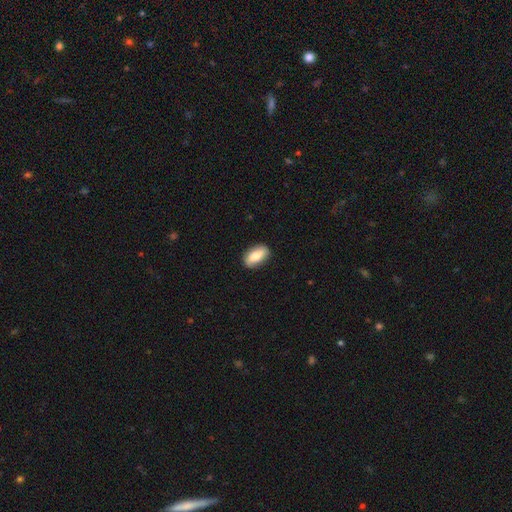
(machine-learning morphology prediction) Smooth or featured: smooth — 71% (featured or disk — 23%)
How rounded: in between — 88% (cigar-shaped — 6%)
Merging: none — 87% (minor disturbance — 10%)